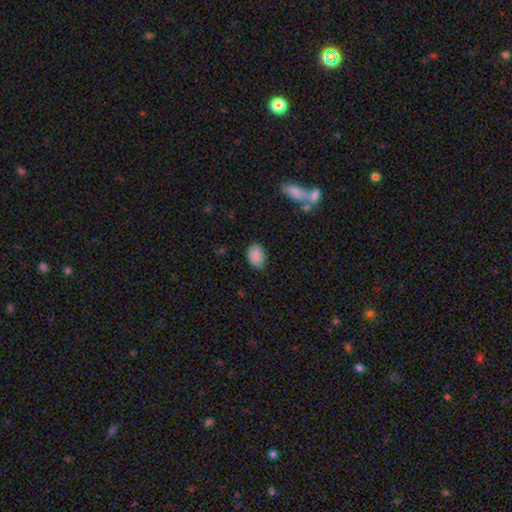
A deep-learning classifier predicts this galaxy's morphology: type=smooth (86%); roundness=in between (79%); merging=none (73%).